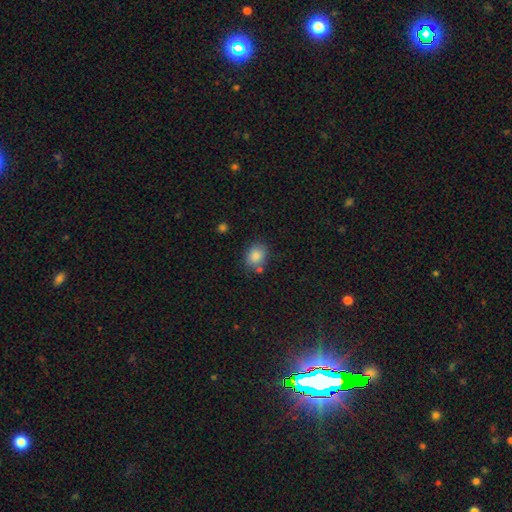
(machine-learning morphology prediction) The model was most divided on "how rounded": in between: 50%, round: 49%, cigar-shaped: 1%. More confident: smooth or featured — smooth (85%); merging — none (69%).